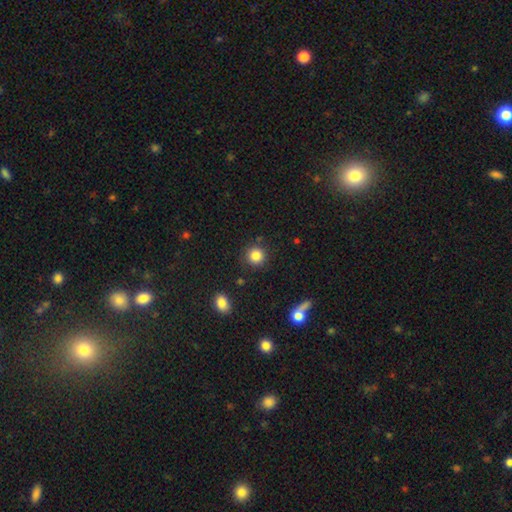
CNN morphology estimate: A smooth galaxy with no disk features (85%) that is round (92%).

Vote fractions:
- Smooth or featured? smooth: 85% / star or artifact: 10% / featured or disk: 5%
- How rounded? round: 92% / in between: 7% / cigar-shaped: 1%
- Merging? none: 87% / minor disturbance: 7% / major disturbance: 3% / merger: 3%